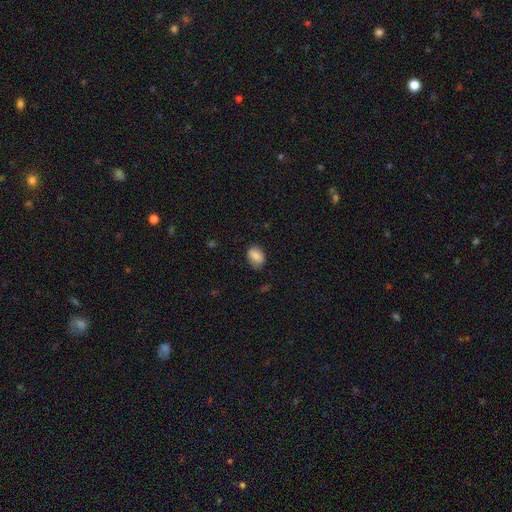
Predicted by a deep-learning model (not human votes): Smooth or featured?
  - smooth: 85% *
  - star or artifact: 8%
  - featured or disk: 7%
How rounded?
  - in between: 79% *
  - round: 20%
  - cigar-shaped: 1%
Merging?
  - none: 73% *
  - minor disturbance: 21%
  - major disturbance: 5%
  - merger: 1%